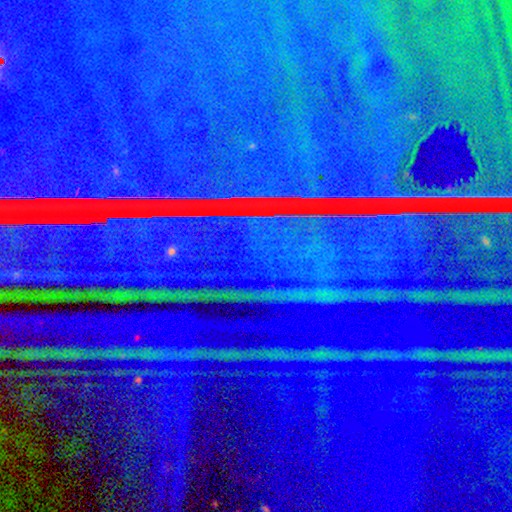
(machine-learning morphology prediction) star or artifact 88%, featured or disk 7%, smooth 5%.